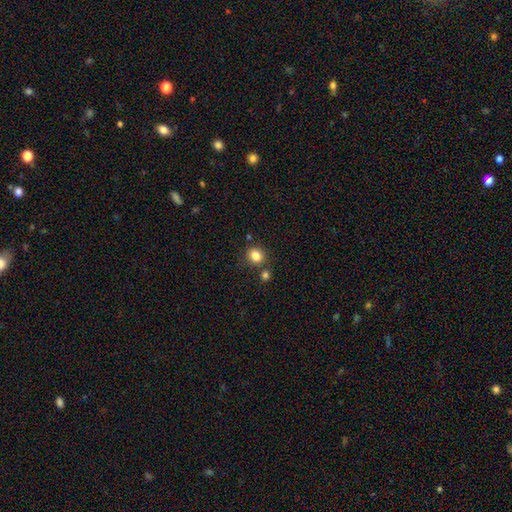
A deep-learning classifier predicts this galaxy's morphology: smooth 83%, star or artifact 11%, featured or disk 6%. Down the decision tree: how rounded — round (66%); merging — none (74%).